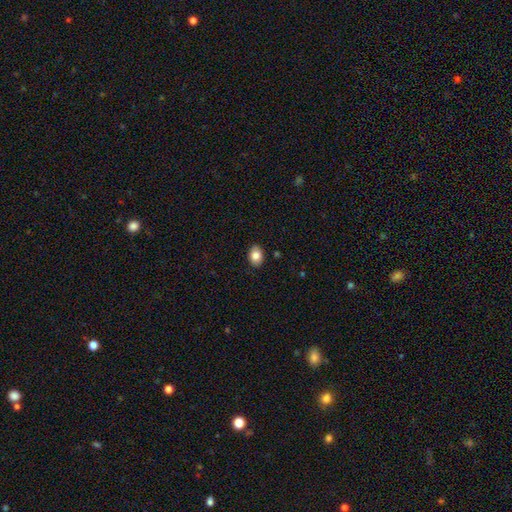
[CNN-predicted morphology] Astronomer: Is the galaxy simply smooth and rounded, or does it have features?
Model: smooth — 84%.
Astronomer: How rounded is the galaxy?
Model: in between — 76%.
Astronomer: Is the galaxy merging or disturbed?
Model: none — 87%.